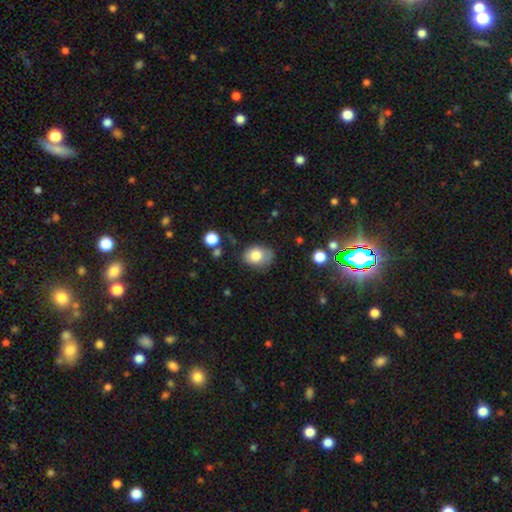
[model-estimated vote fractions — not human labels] Smooth or featured? smooth (78%)
How rounded? in between (61%)
Merging? none (62%)